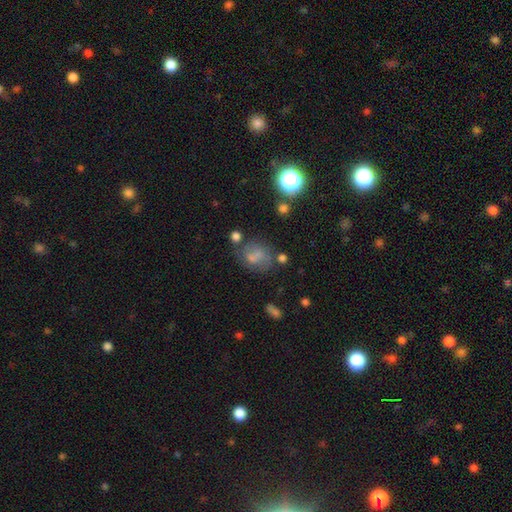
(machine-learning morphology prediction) Overall: smooth (53%; featured or disk 26%). How rounded: round (55%; in between 44%). Merging: none (50%; minor disturbance 22%).